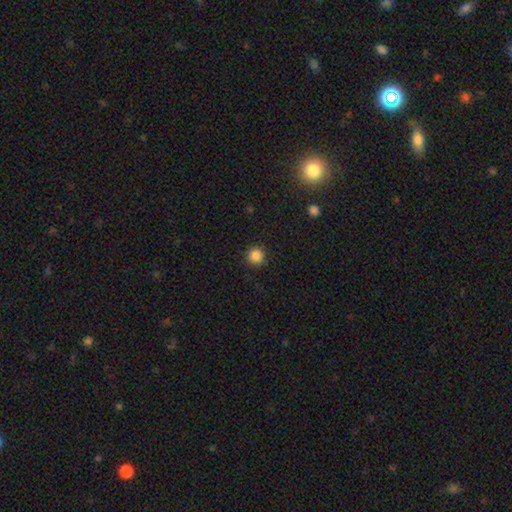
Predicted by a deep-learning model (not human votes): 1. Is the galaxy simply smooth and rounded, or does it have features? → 86% smooth, 11% star or artifact, 3% featured or disk.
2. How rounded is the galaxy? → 96% round, 3% in between, 1% cigar-shaped.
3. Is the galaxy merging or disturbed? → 92% none, 5% minor disturbance, 2% major disturbance, 1% merger.